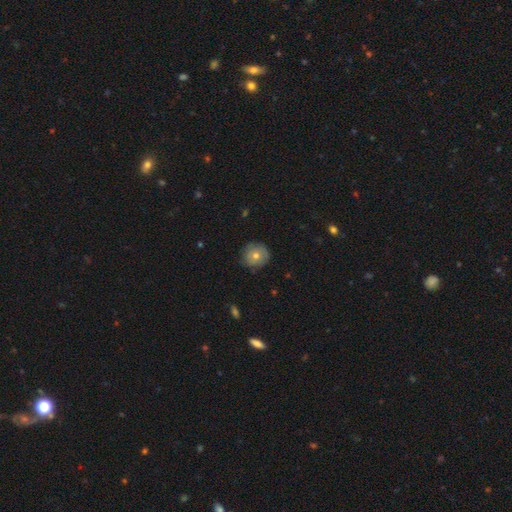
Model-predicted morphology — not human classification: Smooth or featured? Predicted: smooth (p=0.65). How rounded? Predicted: round (p=0.90). Merging? Predicted: none (p=0.81).